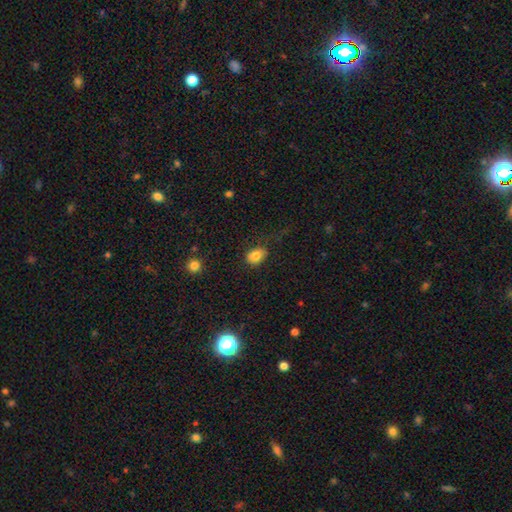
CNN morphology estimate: Smooth or featured?
  - smooth: 82% *
  - star or artifact: 10%
  - featured or disk: 8%
How rounded?
  - in between: 68% *
  - round: 31%
  - cigar-shaped: 1%
Merging?
  - none: 72% *
  - minor disturbance: 19%
  - major disturbance: 8%
  - merger: 2%